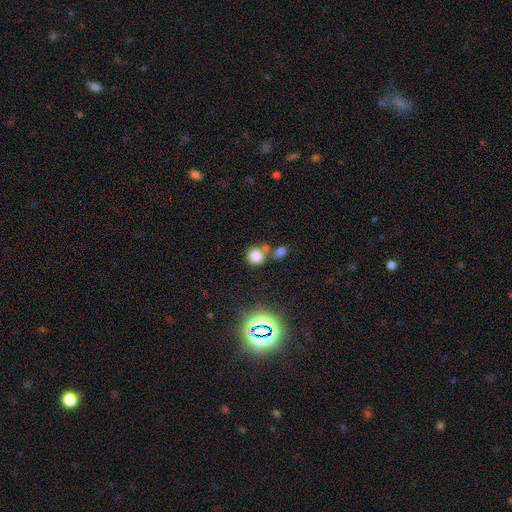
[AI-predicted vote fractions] The model was most divided on "merging": none: 56%, merger: 28%, minor disturbance: 11%, major disturbance: 5%. More confident: how rounded — round (84%); smooth or featured — smooth (78%).